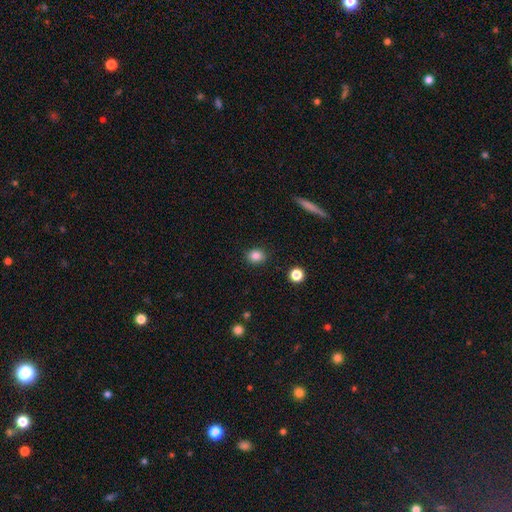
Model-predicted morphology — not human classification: type=smooth (85%); roundness=round (57%); merging=none (88%).